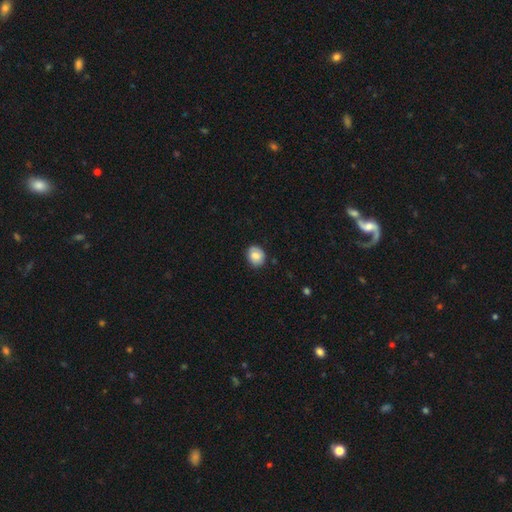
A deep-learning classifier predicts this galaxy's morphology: smooth 81%, featured or disk 11%, star or artifact 8%. Down the decision tree: how rounded — round (66%); merging — none (84%).